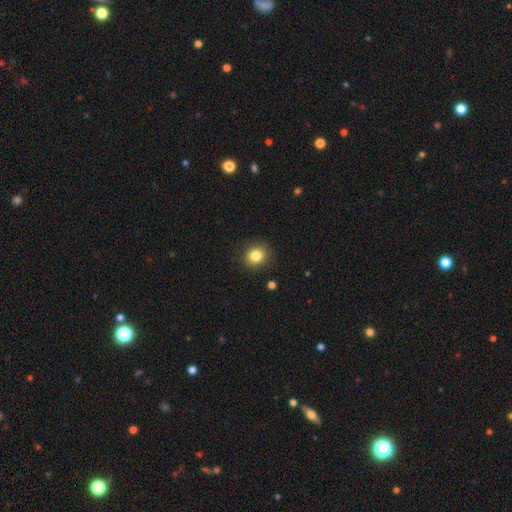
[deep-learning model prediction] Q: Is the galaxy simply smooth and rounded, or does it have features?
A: smooth — 83%.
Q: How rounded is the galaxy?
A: round — 76%.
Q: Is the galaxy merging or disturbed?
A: none — 89%.